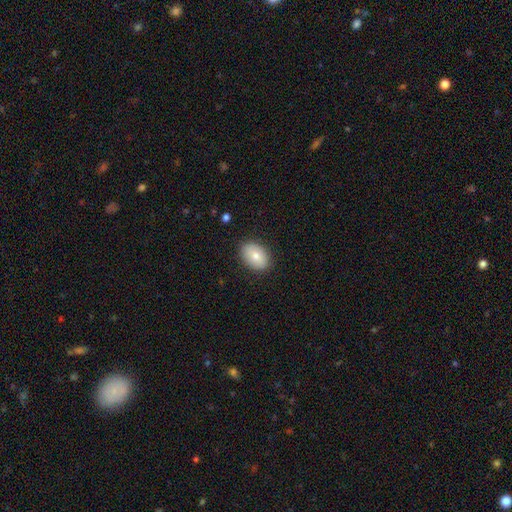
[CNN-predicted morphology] Smooth or featured?
  - smooth: 77% *
  - featured or disk: 16%
  - star or artifact: 7%
How rounded?
  - in between: 82% *
  - round: 17%
  - cigar-shaped: 1%
Merging?
  - none: 86% *
  - minor disturbance: 11%
  - major disturbance: 2%
  - merger: 1%